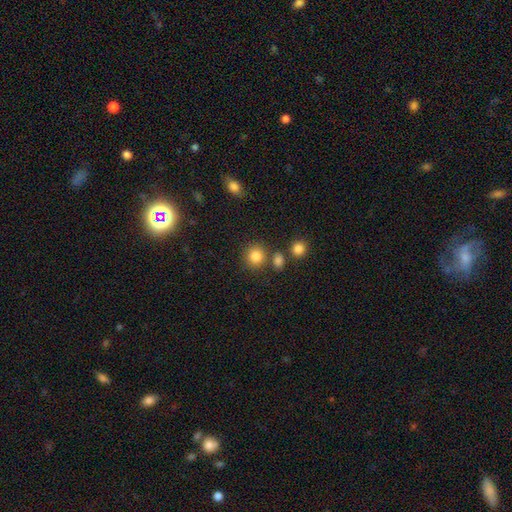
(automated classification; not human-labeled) A smooth galaxy with no disk features (84%) that is round (88%). Merging: none (78%).